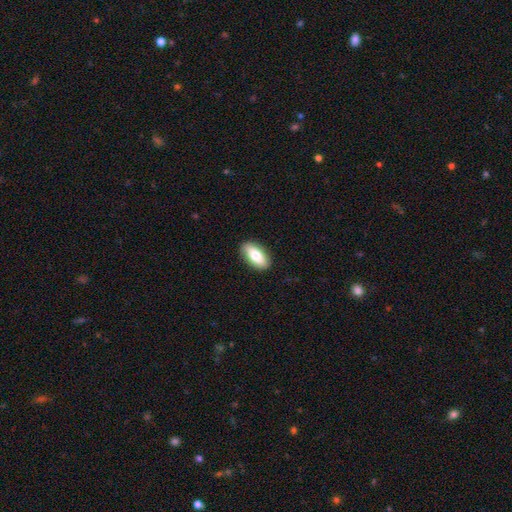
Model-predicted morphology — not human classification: smooth_or_featured: smooth (p=0.76) [alt: featured or disk p=0.18]
how_rounded: in between (p=0.88) [alt: cigar-shaped p=0.09]
merging: none (p=0.88) [alt: minor disturbance p=0.09]